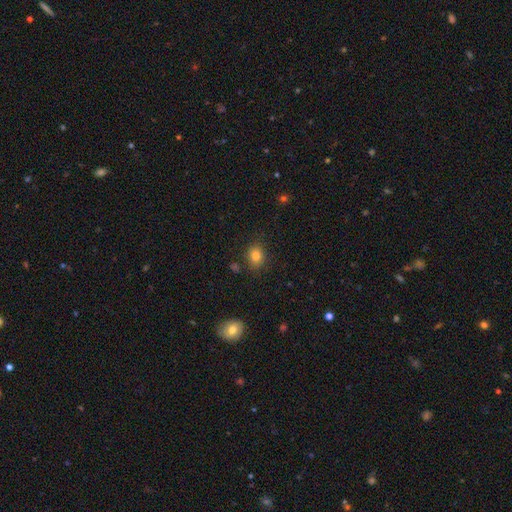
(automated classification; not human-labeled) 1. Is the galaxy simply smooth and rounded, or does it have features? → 82% smooth, 12% star or artifact, 7% featured or disk.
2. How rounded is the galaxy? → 57% round, 42% in between, 1% cigar-shaped.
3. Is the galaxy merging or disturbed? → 85% none, 10% minor disturbance, 3% major disturbance, 2% merger.